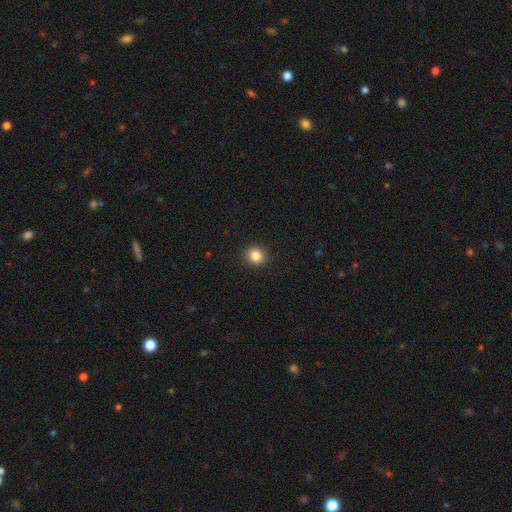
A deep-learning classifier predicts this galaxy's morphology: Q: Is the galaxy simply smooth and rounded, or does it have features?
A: smooth — 85%.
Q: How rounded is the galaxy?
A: round — 85%.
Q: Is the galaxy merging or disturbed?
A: none — 92%.